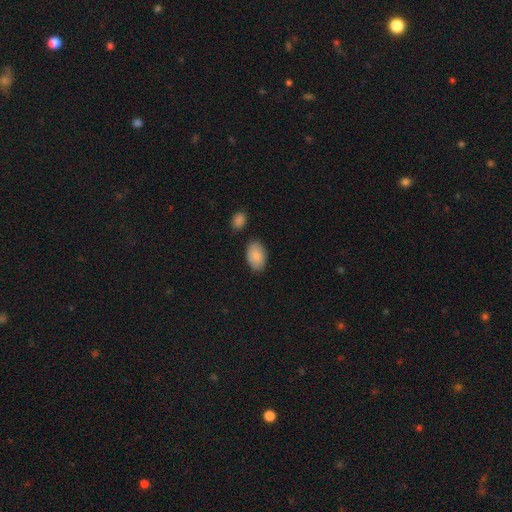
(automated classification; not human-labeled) Smooth or featured: smooth — 87% (featured or disk — 7%)
How rounded: in between — 91% (round — 8%)
Merging: none — 79% (minor disturbance — 14%)